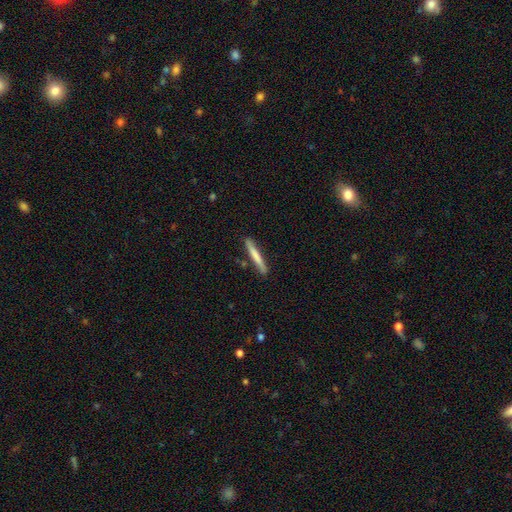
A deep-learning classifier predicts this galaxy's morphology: smooth 70%, featured or disk 25%, star or artifact 5%. Down the decision tree: how rounded — cigar-shaped (96%); merging — none (85%).